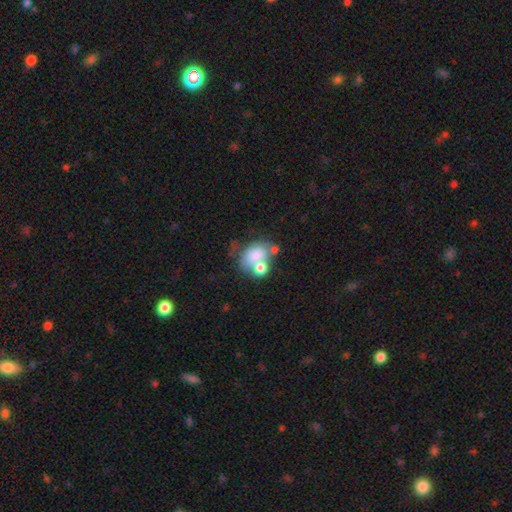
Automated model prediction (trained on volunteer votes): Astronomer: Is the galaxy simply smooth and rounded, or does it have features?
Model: smooth — 68%.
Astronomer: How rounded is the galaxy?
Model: in between — 64%.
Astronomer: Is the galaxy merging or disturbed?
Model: merger — 47% (runner-up: none, 28%).